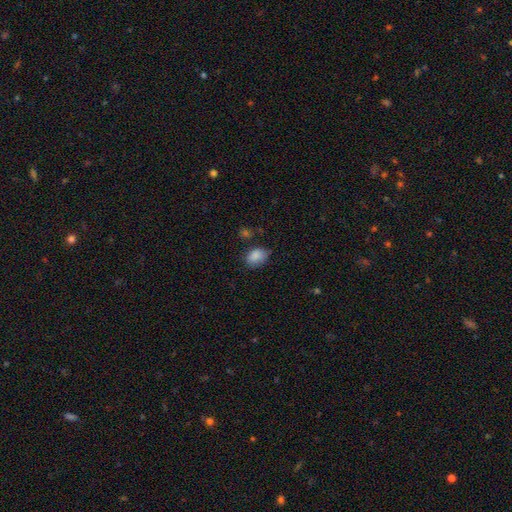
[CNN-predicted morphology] Smooth or featured? Predicted: smooth (p=0.87). How rounded? Predicted: in between (p=0.76). Merging? Predicted: none (p=0.67).